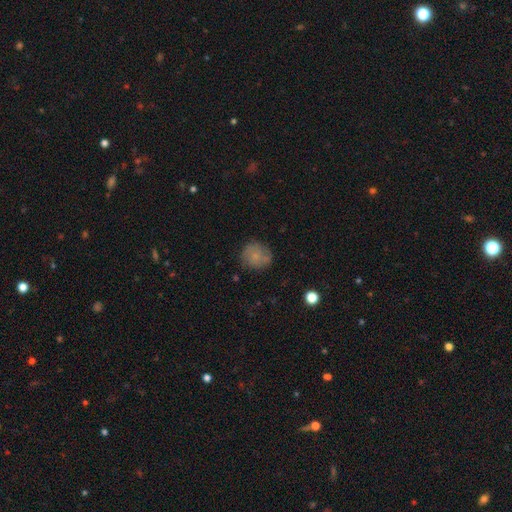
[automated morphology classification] smooth_or_featured: smooth (p=0.66) [alt: featured or disk p=0.23]
how_rounded: round (p=0.84) [alt: in between p=0.15]
merging: none (p=0.70) [alt: minor disturbance p=0.21]